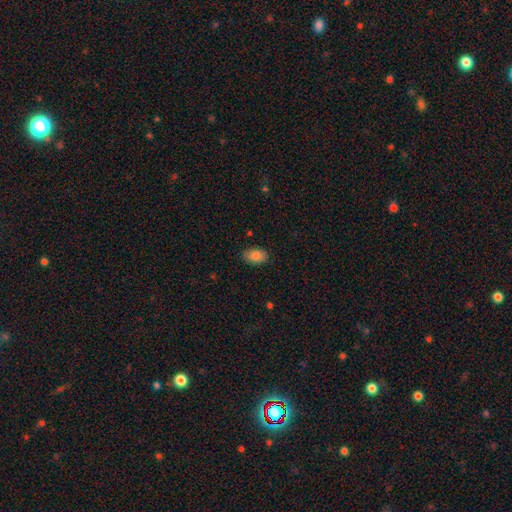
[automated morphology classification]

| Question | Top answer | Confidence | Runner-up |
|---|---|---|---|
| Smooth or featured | smooth | 87% | star or artifact (8%) |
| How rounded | in between | 90% | round (8%) |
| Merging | none | 84% | minor disturbance (12%) |